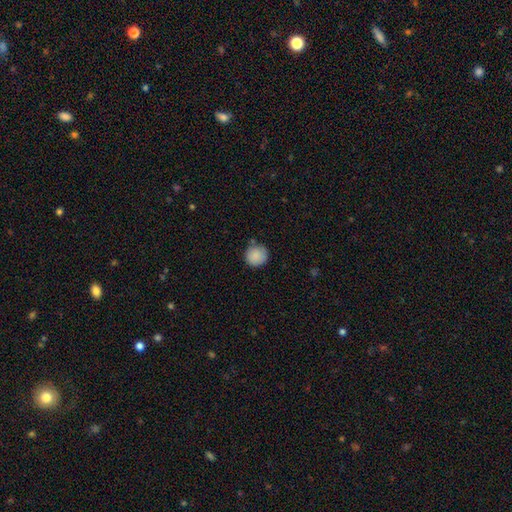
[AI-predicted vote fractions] This is clearly a smooth galaxy (88%). How rounded: clearly round (93%). Merging: clearly none (81%).